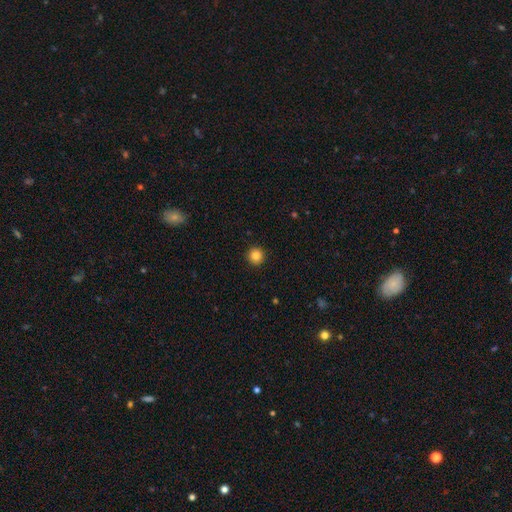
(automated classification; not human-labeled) Morphology: type=smooth (85%); roundness=round (96%); merging=none (93%).